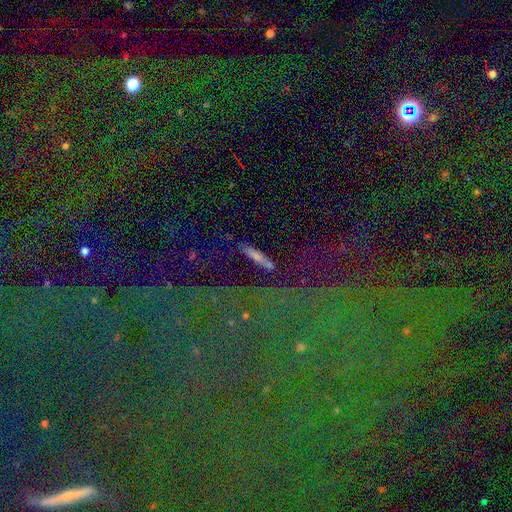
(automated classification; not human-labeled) This appears to be a smooth galaxy with no disk features (56%) that is cigar-shaped (80%). Merging: none (82%).